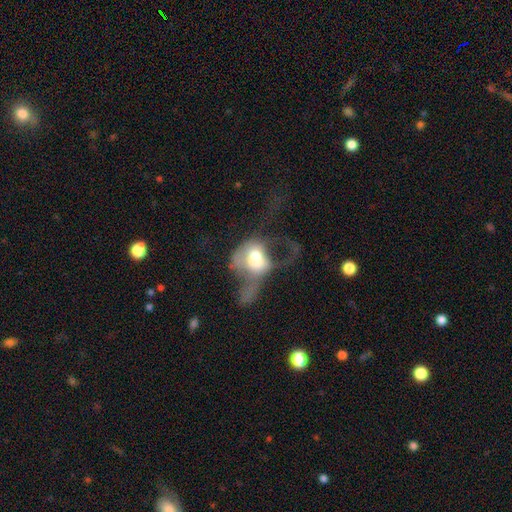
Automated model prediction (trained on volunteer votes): Smooth or featured?
  - featured or disk: 46% *
  - smooth: 45%
  - star or artifact: 9%
Merging?
  - major disturbance: 49% *
  - merger: 35%
  - none: 9%
  - minor disturbance: 7%